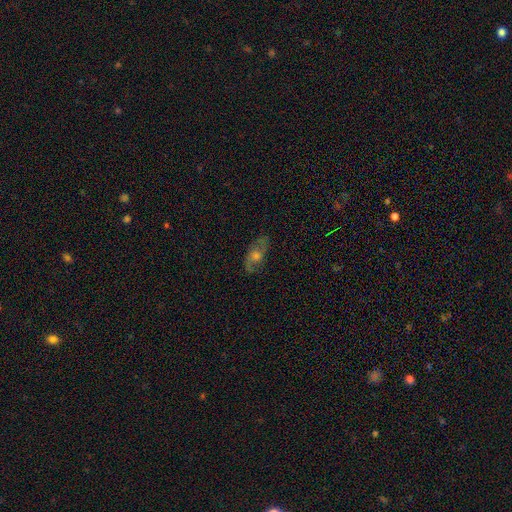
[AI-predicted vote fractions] Smooth or featured? Predicted: featured or disk (p=0.55). Edge-on disk? Predicted: no (p=0.81). Merging? Predicted: none (p=0.77).